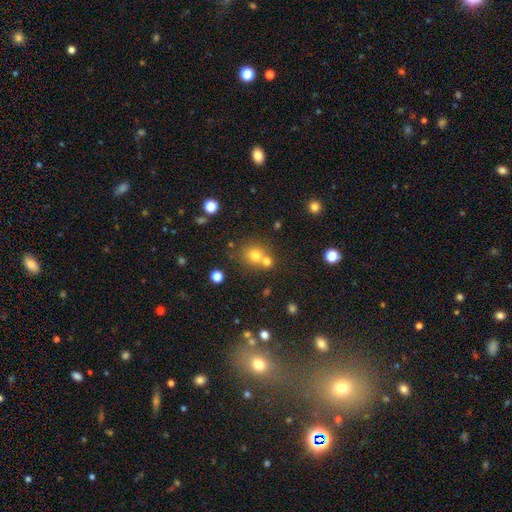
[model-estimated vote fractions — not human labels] This is likely a smooth galaxy (73%). How rounded: clearly round (83%). Merging: possibly none (51%).